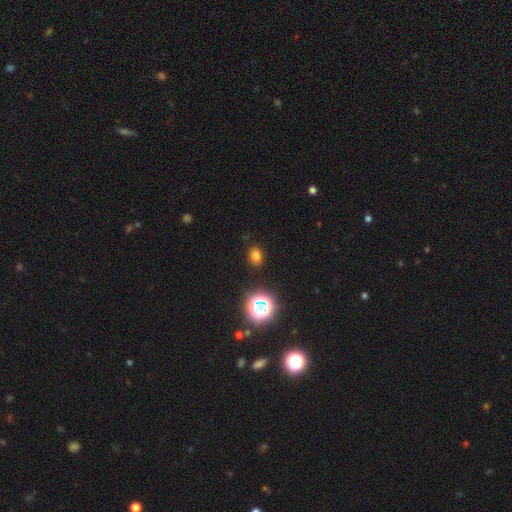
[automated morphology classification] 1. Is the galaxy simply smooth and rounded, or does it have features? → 74% smooth, 20% star or artifact, 6% featured or disk.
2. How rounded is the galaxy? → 52% round, 47% in between, 1% cigar-shaped.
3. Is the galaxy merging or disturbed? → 87% none, 8% minor disturbance, 3% major disturbance, 2% merger.